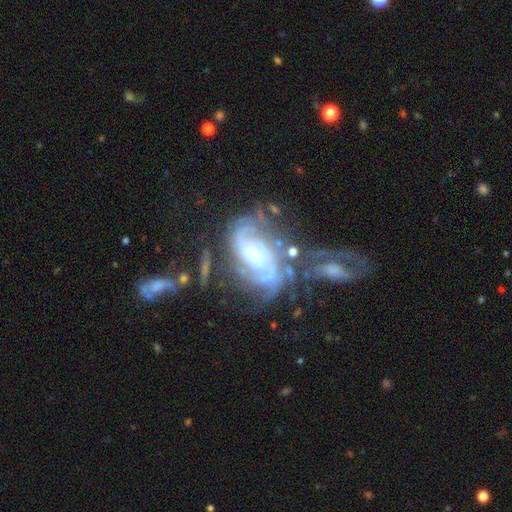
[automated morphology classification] This appears to be a featured or disk galaxy (88%) with no bar (44%), 2 (40%) tight (59%) spiral arms (97%) and a moderate central bulge (50%). Merging: none (43%).